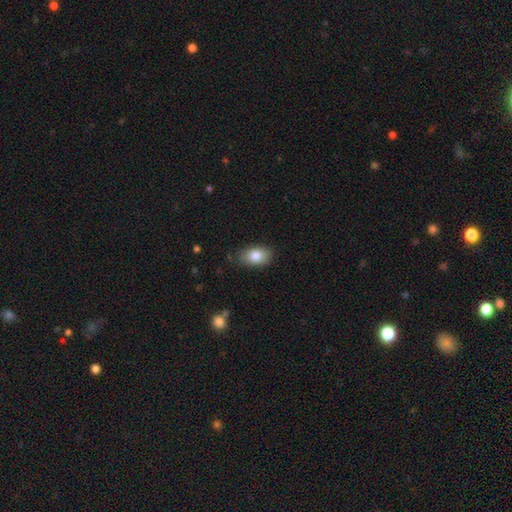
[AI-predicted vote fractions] Q: Smooth or featured?
A: smooth (83%); runner-up: featured or disk (9%)
Q: How rounded?
A: in between (89%); runner-up: round (9%)
Q: Merging?
A: none (81%); runner-up: minor disturbance (15%)